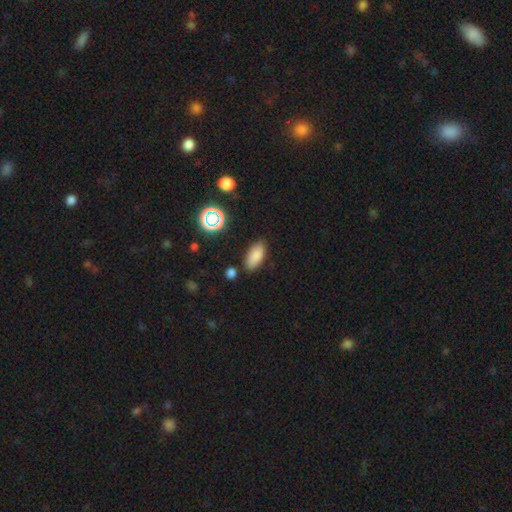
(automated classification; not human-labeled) This appears to be a smooth galaxy with no disk features (82%) that is in between round and cigar-shaped (89%). Merging: none (82%).